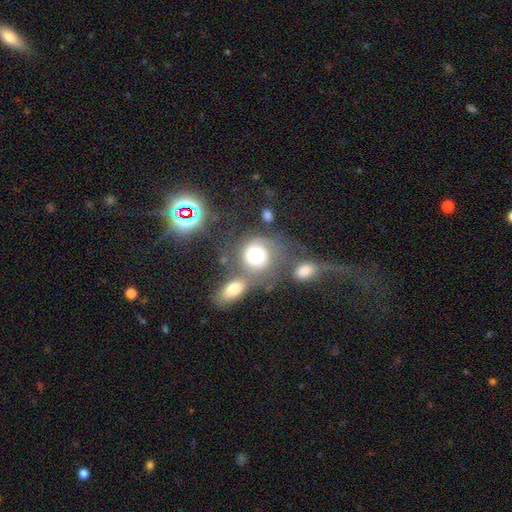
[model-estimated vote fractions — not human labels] smooth_or_featured: featured or disk (p=0.53) [alt: smooth p=0.36]
disk_edge_on: no (p=0.97) [alt: yes p=0.03]
bar: no (p=0.78) [alt: weak p=0.18]
has_spiral_arms: yes (p=0.81) [alt: no p=0.19]
bulge_size: large (p=0.47) [alt: moderate p=0.31]
merging: merger (p=0.37) [alt: none p=0.32]